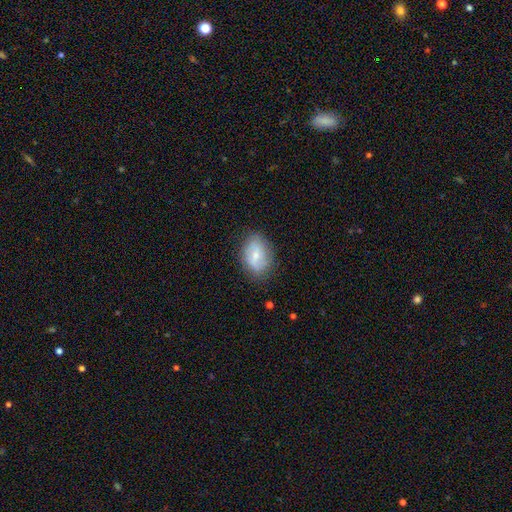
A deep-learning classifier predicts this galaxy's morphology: This is possibly a smooth galaxy (52%). How rounded: likely in between (78%). Merging: likely none (75%).